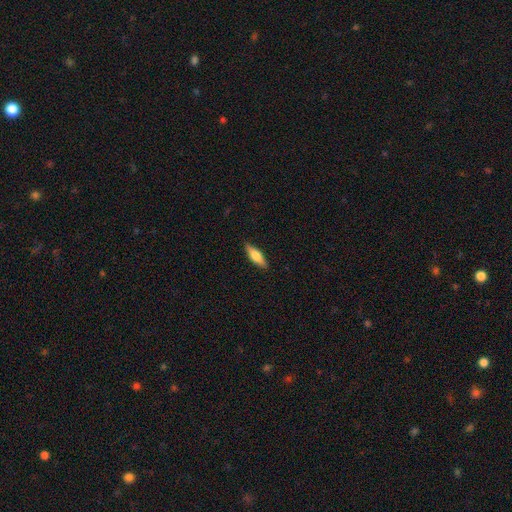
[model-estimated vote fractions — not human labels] This appears to be a smooth galaxy with no disk features (63%) that is cigar-shaped (53%). Merging: none (88%).